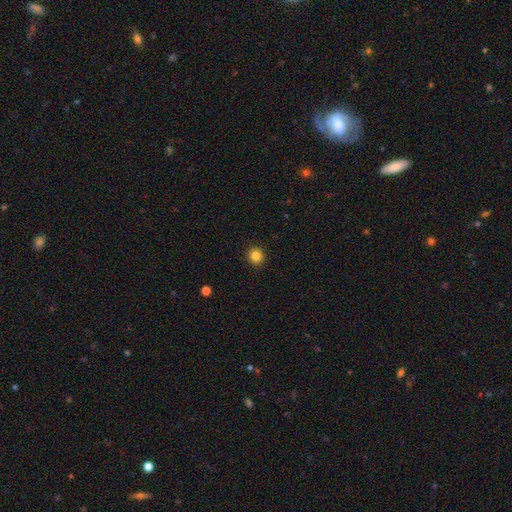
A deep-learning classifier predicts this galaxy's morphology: Smooth or featured?
  - smooth: 85% *
  - star or artifact: 11%
  - featured or disk: 4%
How rounded?
  - round: 94% *
  - in between: 5%
  - cigar-shaped: 1%
Merging?
  - none: 93% *
  - minor disturbance: 5%
  - major disturbance: 2%
  - merger: 1%